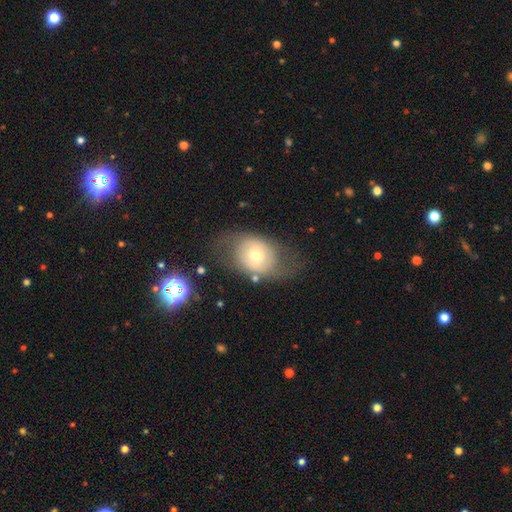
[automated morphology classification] Smooth or featured? smooth (46%)
Merging? none (60%)